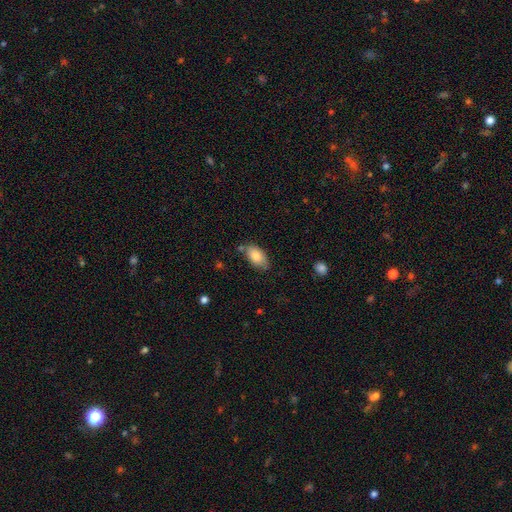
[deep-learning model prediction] smooth-or-featured: smooth: 83% | featured or disk: 10% | star or artifact: 7%
  how-rounded: in between: 93% | round: 4% | cigar-shaped: 2%
  merging: none: 72% | minor disturbance: 19% | merger: 5% | major disturbance: 4%